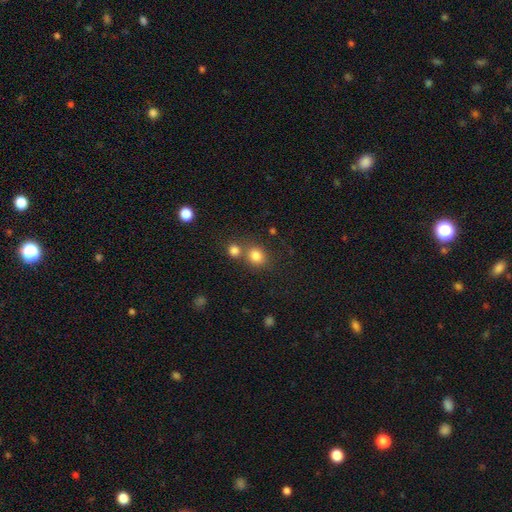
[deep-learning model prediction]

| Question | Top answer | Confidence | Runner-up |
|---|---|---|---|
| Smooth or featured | smooth | 81% | star or artifact (12%) |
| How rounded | round | 73% | in between (26%) |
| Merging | none | 58% | merger (30%) |